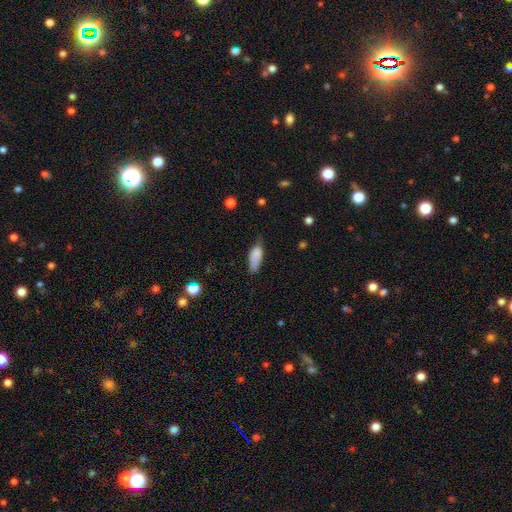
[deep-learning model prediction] A smooth galaxy with no disk features (85%) that is in between round and cigar-shaped (76%).

Vote fractions:
- Smooth or featured? smooth: 85% / featured or disk: 8% / star or artifact: 7%
- How rounded? in between: 76% / cigar-shaped: 22% / round: 2%
- Merging? none: 49% / minor disturbance: 39% / major disturbance: 9% / merger: 2%